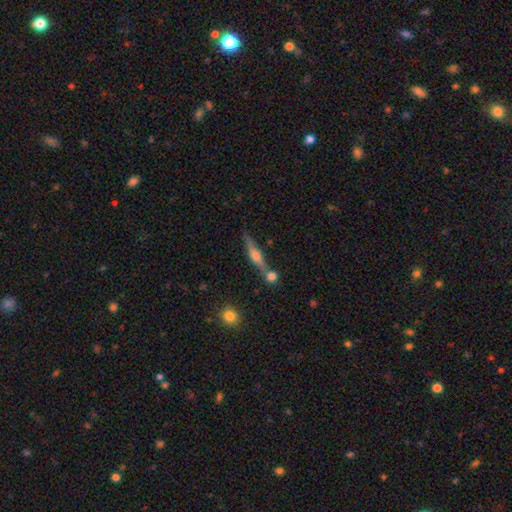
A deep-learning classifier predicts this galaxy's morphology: type=featured or disk (64%); edge-on=yes (95%); edge-on bulge=rounded (91%); merging=none (67%).